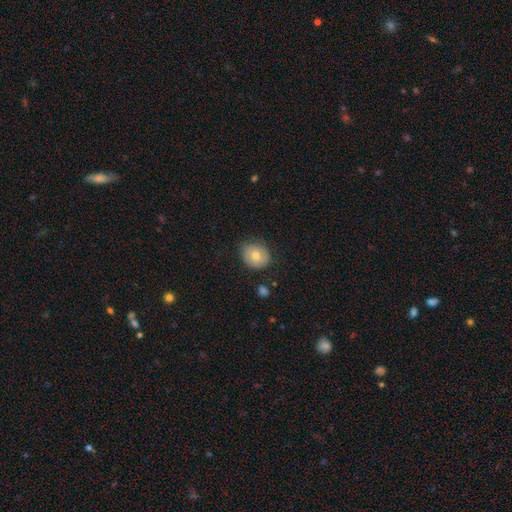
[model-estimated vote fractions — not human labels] smooth_or_featured: smooth (p=0.71) [alt: featured or disk p=0.21]
how_rounded: round (p=0.70) [alt: in between p=0.29]
merging: none (p=0.76) [alt: minor disturbance p=0.19]